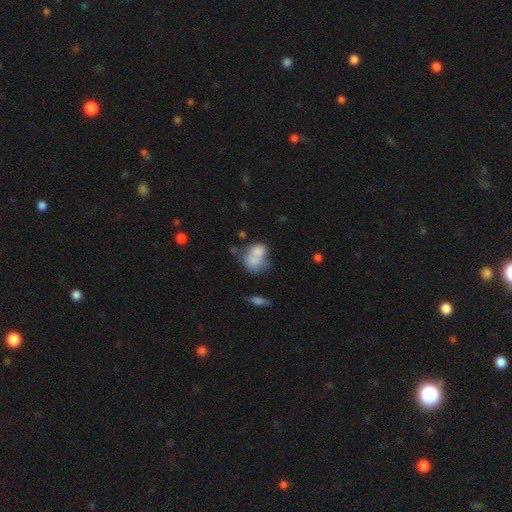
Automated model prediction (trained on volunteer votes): Morphology: type=smooth (73%); roundness=in between (57%); merging=merger (46%).